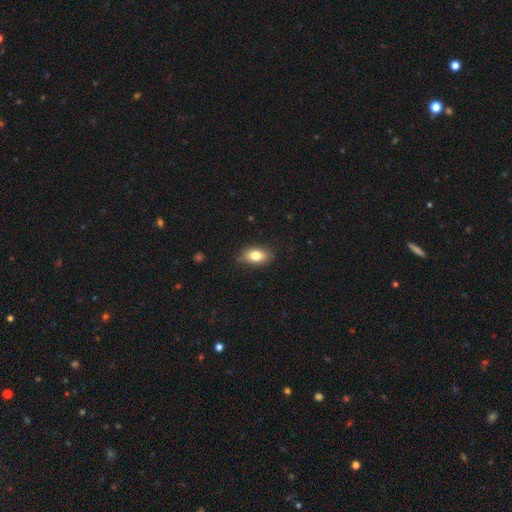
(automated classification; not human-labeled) Q: Smooth or featured?
A: smooth (79%); runner-up: featured or disk (13%)
Q: How rounded?
A: in between (88%); runner-up: round (9%)
Q: Merging?
A: none (81%); runner-up: minor disturbance (16%)